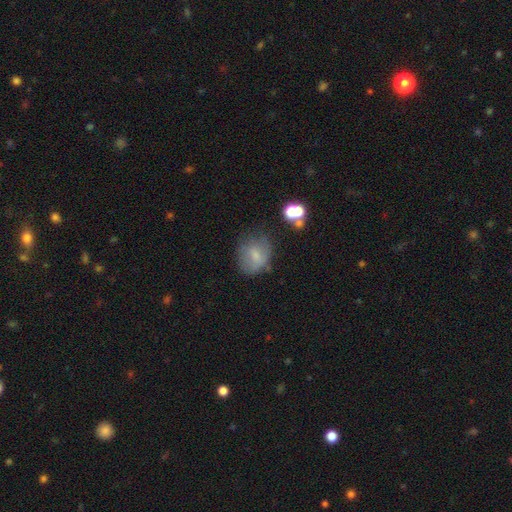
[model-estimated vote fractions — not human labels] smooth 63%, featured or disk 25%, star or artifact 12%. Down the decision tree: how rounded — round (50%); merging — none (52%).